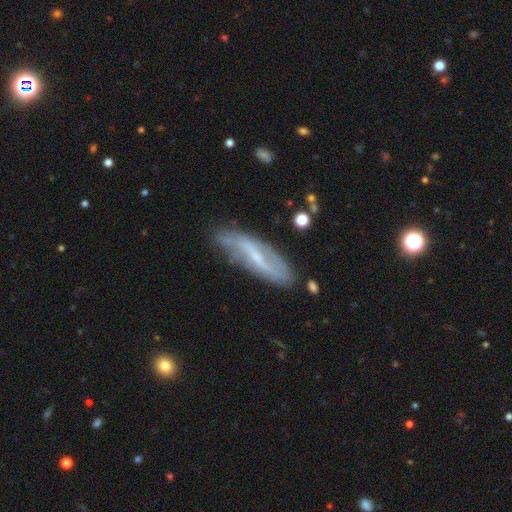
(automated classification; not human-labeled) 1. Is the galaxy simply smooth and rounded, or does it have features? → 68% featured or disk, 25% smooth, 7% star or artifact.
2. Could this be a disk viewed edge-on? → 73% no, 27% yes.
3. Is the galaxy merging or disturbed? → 72% none, 20% minor disturbance, 5% major disturbance, 3% merger.